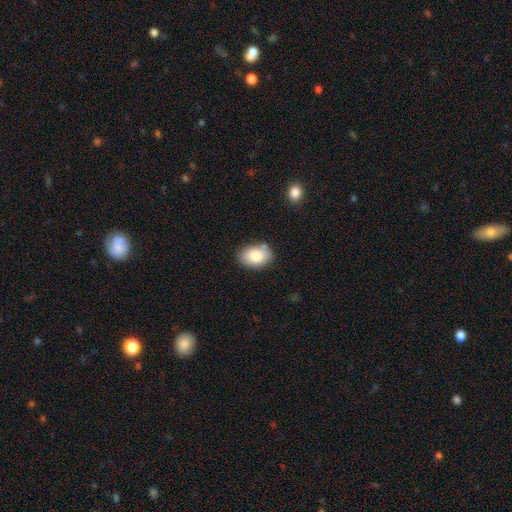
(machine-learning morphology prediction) The model was most divided on "merging": none: 76%, minor disturbance: 16%, merger: 4%, major disturbance: 3%. More confident: how rounded — in between (83%); smooth or featured — smooth (82%).